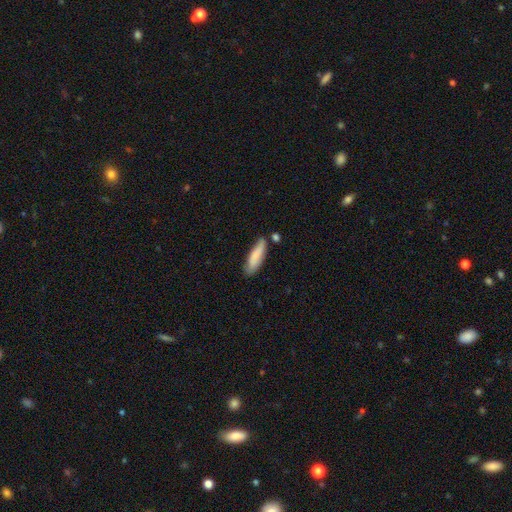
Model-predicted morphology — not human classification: This appears to be a smooth galaxy with no disk features (78%) that is cigar-shaped (59%). Merging: none (65%).